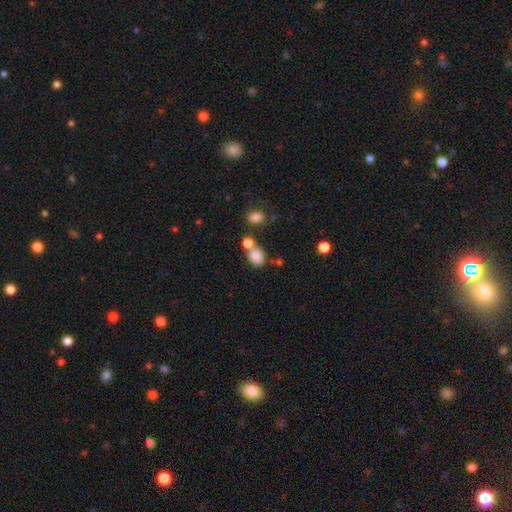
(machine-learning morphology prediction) Smooth or featured? smooth (82%)
How rounded? in between (60%)
Merging? none (47%)